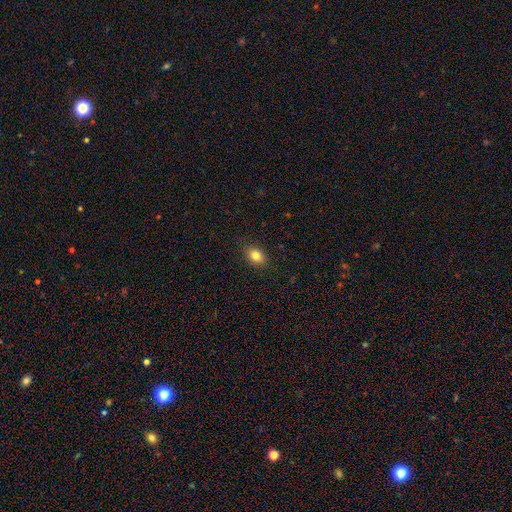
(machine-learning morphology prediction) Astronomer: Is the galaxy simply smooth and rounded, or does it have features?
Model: smooth — 81%.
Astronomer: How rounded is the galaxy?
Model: in between — 72%.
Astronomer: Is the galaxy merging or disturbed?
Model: none — 85%.